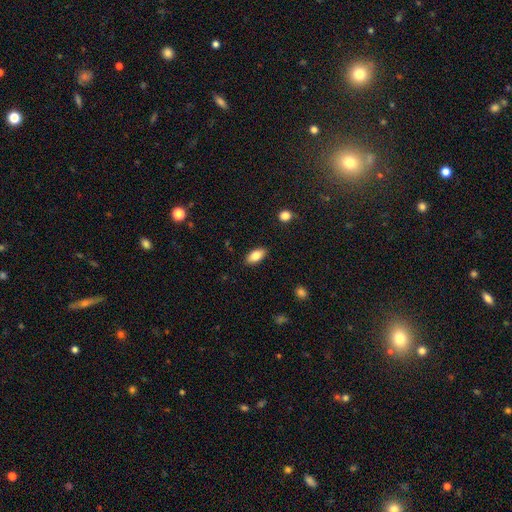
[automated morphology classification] Smooth or featured? Predicted: smooth (p=0.82). How rounded? Predicted: in between (p=0.91). Merging? Predicted: none (p=0.88).